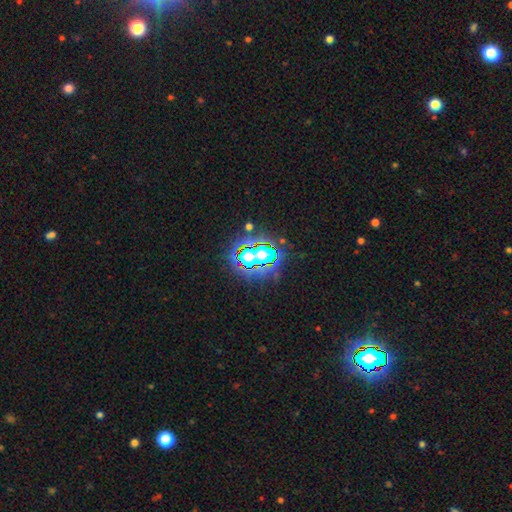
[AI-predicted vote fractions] The model was most divided on "smooth or featured": star or artifact: 55%, smooth: 27%, featured or disk: 19%.